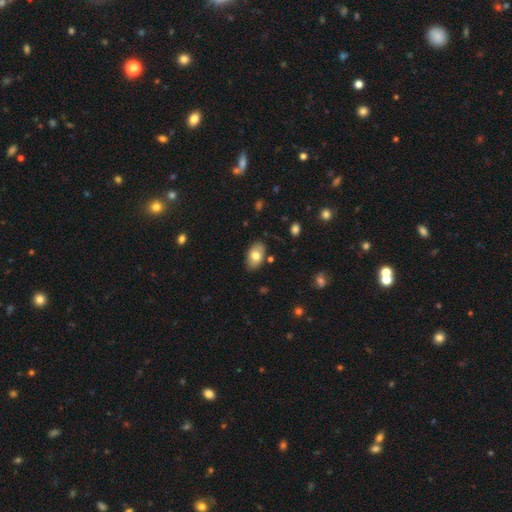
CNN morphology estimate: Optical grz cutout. It shows a smooth galaxy with no disk features (74%) that is in between round and cigar-shaped (92%). Merging: none (82%).